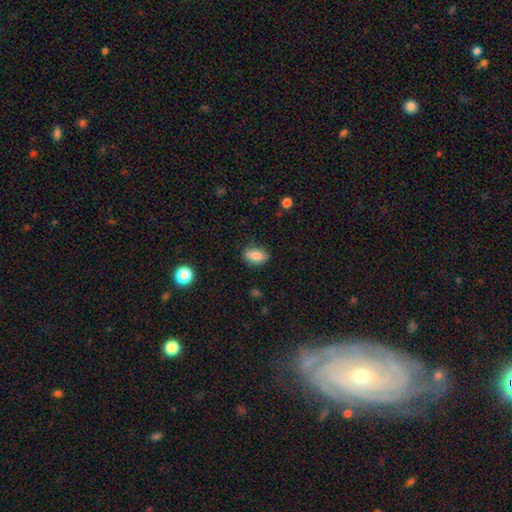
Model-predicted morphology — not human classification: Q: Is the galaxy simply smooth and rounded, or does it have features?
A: smooth — 84%.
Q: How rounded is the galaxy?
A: in between — 87%.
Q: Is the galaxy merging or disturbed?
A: none — 81%.